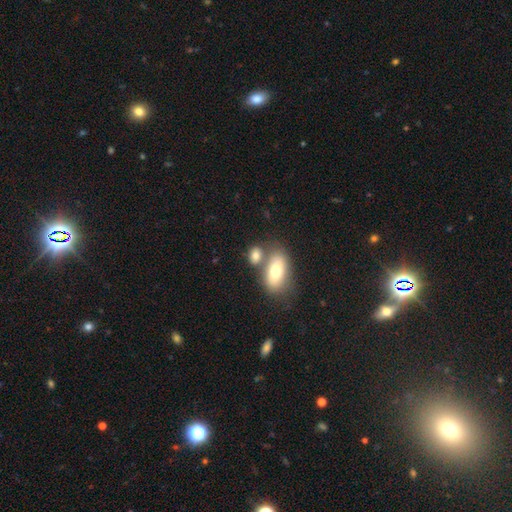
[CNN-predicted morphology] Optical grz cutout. It shows a smooth galaxy with no disk features (79%) that is in between round and cigar-shaped (78%). Merging: none (46%).